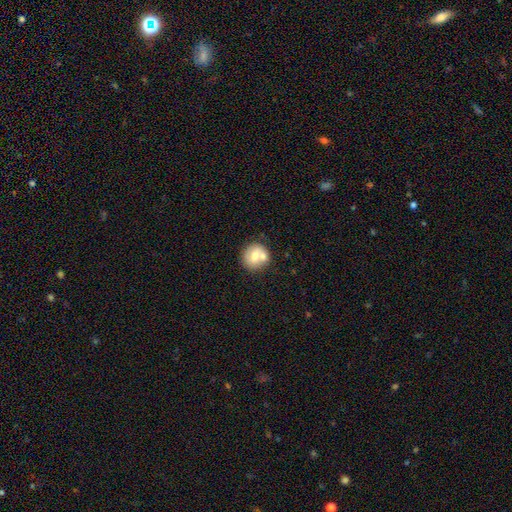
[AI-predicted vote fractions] smooth_or_featured: smooth (p=0.65) [alt: featured or disk p=0.27]
how_rounded: round (p=0.84) [alt: in between p=0.15]
merging: none (p=0.53) [alt: merger p=0.32]